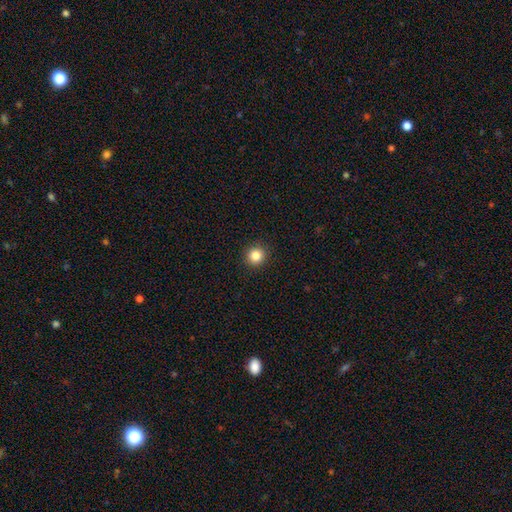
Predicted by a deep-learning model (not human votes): Morphology: type=smooth (84%); roundness=round (94%); merging=none (93%).